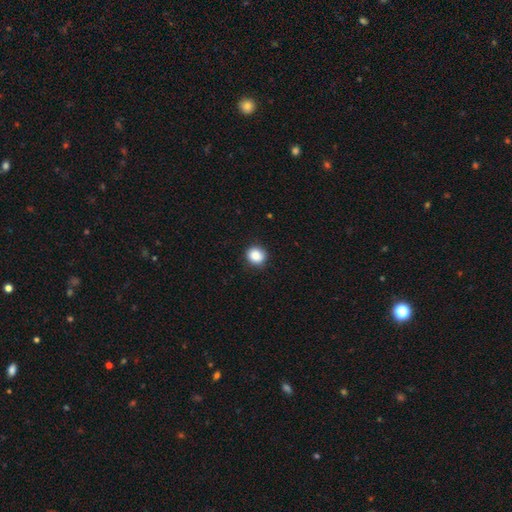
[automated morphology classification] smooth-or-featured: smooth: 88% | star or artifact: 9% | featured or disk: 3%
  how-rounded: round: 86% | in between: 13% | cigar-shaped: 1%
  merging: none: 88% | minor disturbance: 9% | major disturbance: 2% | merger: 1%